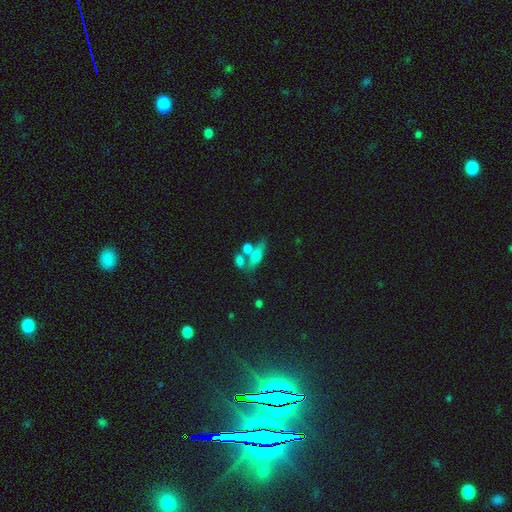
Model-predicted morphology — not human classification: smooth 56%, featured or disk 34%, star or artifact 10%. Down the decision tree: how rounded — in between (56%); merging — none (44%).